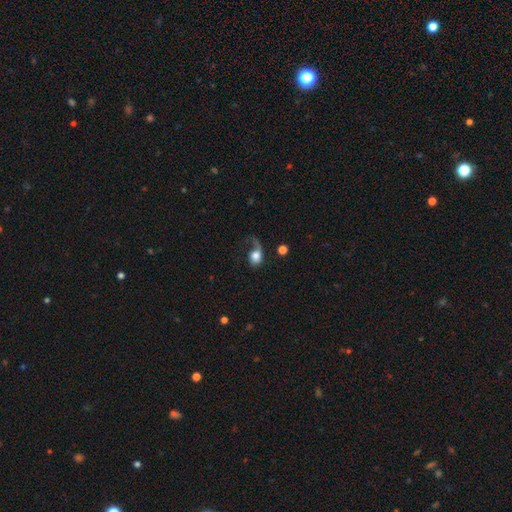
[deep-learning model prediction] smooth_or_featured: smooth (p=0.58) [alt: featured or disk p=0.33]
how_rounded: in between (p=0.52) [alt: round p=0.46]
merging: major disturbance (p=0.49) [alt: none p=0.27]